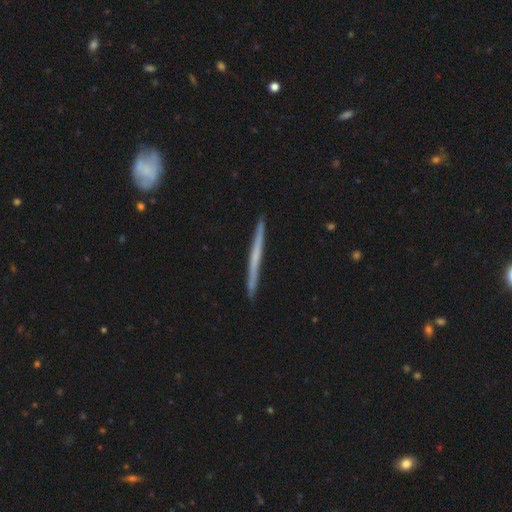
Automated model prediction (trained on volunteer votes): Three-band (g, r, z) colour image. It shows a featured or disk galaxy (60%) viewed edge-on (97%) with no central bulge (83%). Merging: none (91%).